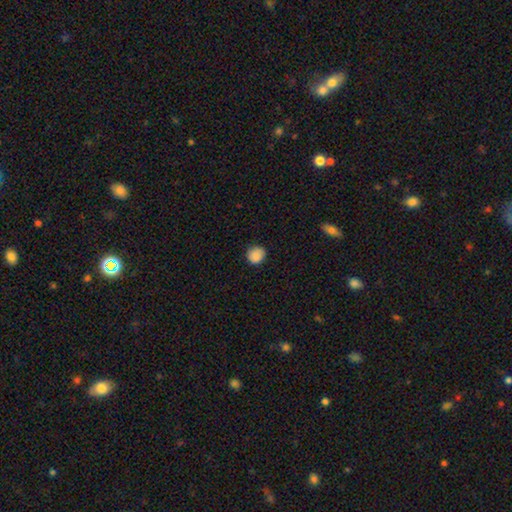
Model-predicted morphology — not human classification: Smooth or featured? Predicted: smooth (p=0.88). How rounded? Predicted: round (p=0.87). Merging? Predicted: none (p=0.87).